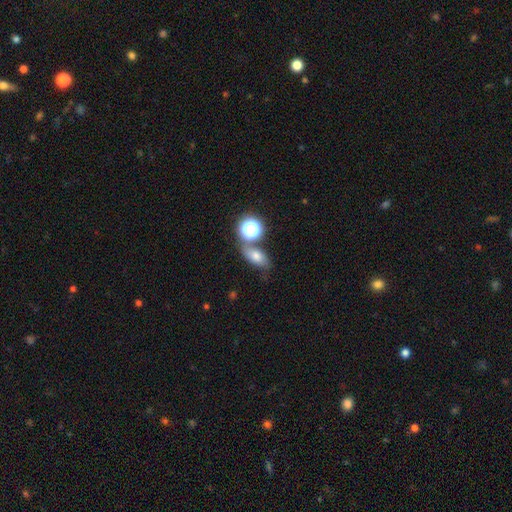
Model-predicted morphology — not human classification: smooth_or_featured: smooth (p=0.64) [alt: featured or disk p=0.18]
how_rounded: in between (p=0.71) [alt: round p=0.23]
merging: none (p=0.59) [alt: merger p=0.19]